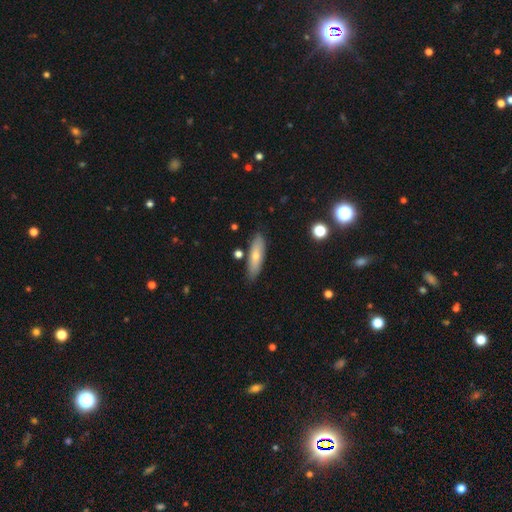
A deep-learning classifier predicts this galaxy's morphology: Overall: smooth (66%; featured or disk 28%). How rounded: cigar-shaped (58%; in between 40%). Merging: none (82%).